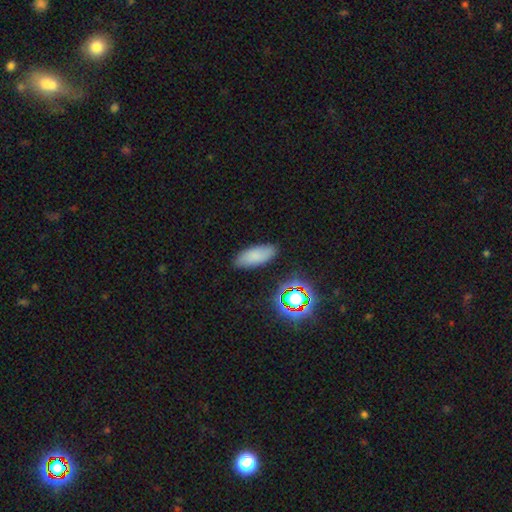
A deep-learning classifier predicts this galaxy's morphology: Smooth or featured: smooth — 77% (star or artifact — 13%)
How rounded: in between — 82% (cigar-shaped — 15%)
Merging: none — 85% (minor disturbance — 11%)